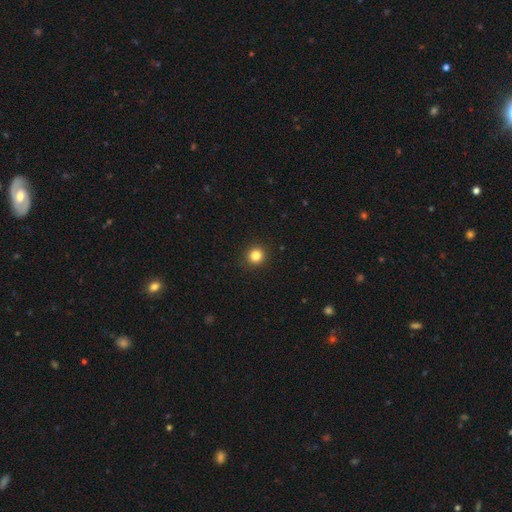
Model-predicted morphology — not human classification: A smooth galaxy with no disk features (84%) that is round (93%). Merging: none (93%).